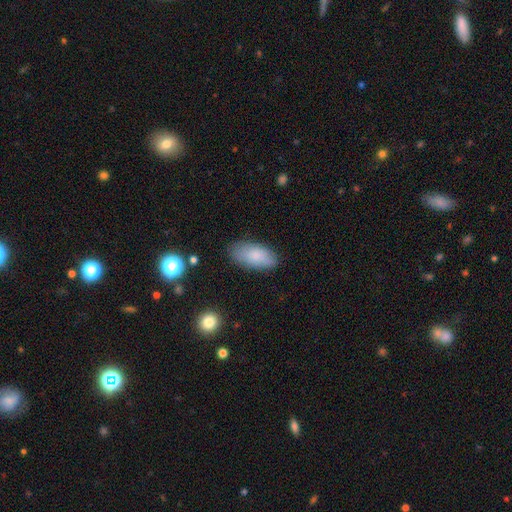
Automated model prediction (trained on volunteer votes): Smooth or featured: smooth — 83% (featured or disk — 10%)
How rounded: in between — 92% (cigar-shaped — 5%)
Merging: none — 79% (minor disturbance — 16%)